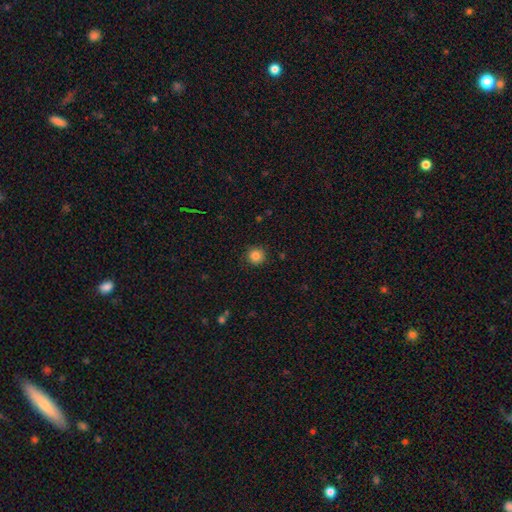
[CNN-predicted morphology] Smooth or featured?
  - smooth: 85% *
  - star or artifact: 11%
  - featured or disk: 4%
How rounded?
  - round: 94% *
  - in between: 5%
  - cigar-shaped: 1%
Merging?
  - none: 91% *
  - minor disturbance: 6%
  - major disturbance: 2%
  - merger: 1%